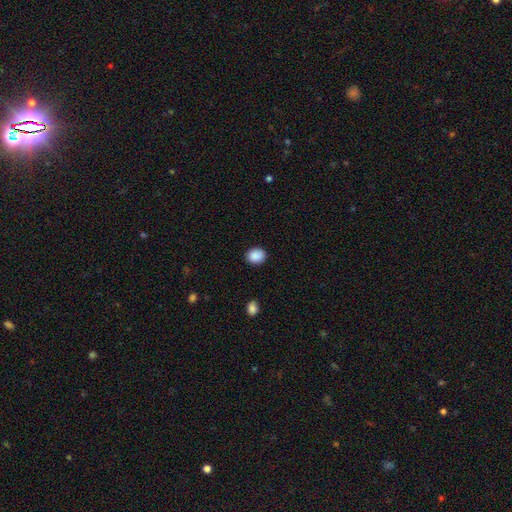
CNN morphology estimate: A smooth galaxy with no disk features (89%) that is round (61%). Merging: none (89%).